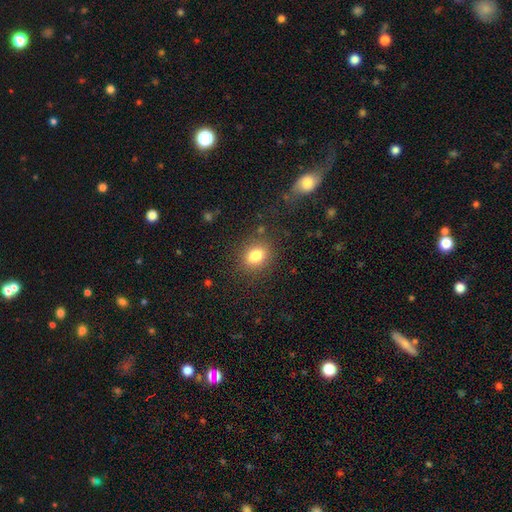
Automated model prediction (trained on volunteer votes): Smooth or featured?
  - smooth: 81% *
  - star or artifact: 11%
  - featured or disk: 8%
How rounded?
  - in between: 55% *
  - round: 43%
  - cigar-shaped: 1%
Merging?
  - none: 84% *
  - minor disturbance: 10%
  - major disturbance: 4%
  - merger: 2%